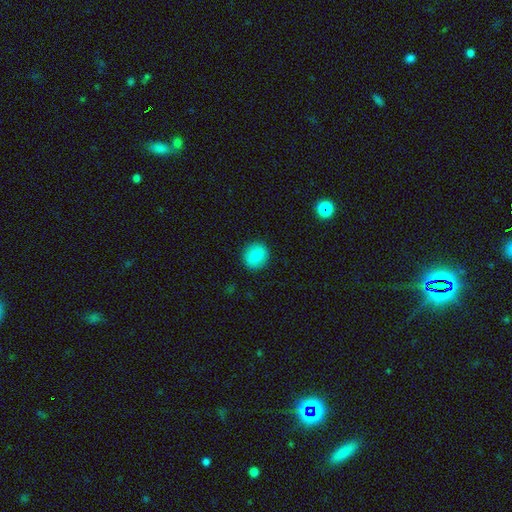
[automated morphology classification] A smooth galaxy with no disk features (82%) that is round (79%).

Vote fractions:
- Smooth or featured? smooth: 82% / featured or disk: 9% / star or artifact: 8%
- How rounded? round: 79% / in between: 20% / cigar-shaped: 1%
- Merging? none: 90% / minor disturbance: 6% / major disturbance: 2% / merger: 1%